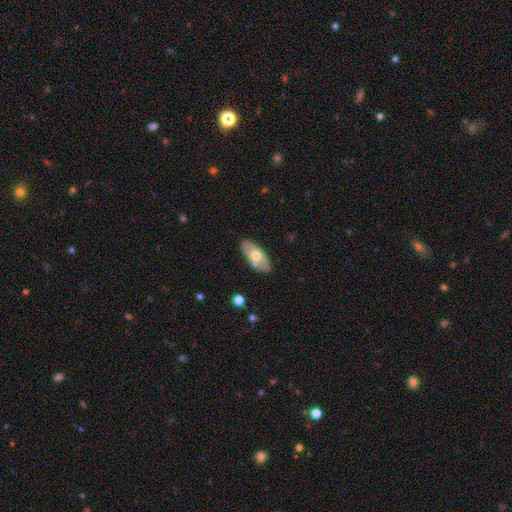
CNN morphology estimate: This appears to be a smooth galaxy with no disk features (53%) that is in between round and cigar-shaped (90%). Merging: none (78%).